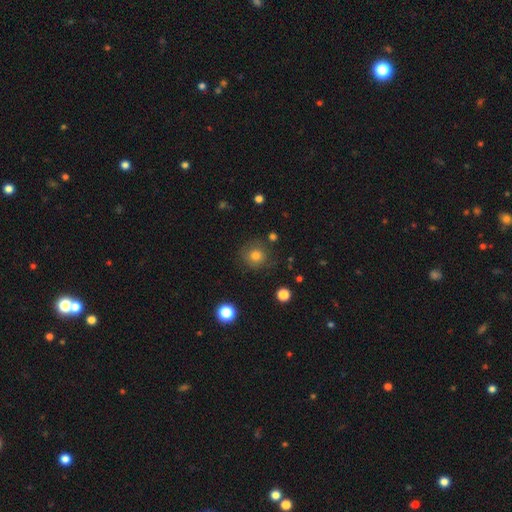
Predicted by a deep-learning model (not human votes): Q: Smooth or featured?
A: smooth (77%); runner-up: star or artifact (13%)
Q: How rounded?
A: round (90%); runner-up: in between (9%)
Q: Merging?
A: none (81%); runner-up: minor disturbance (12%)